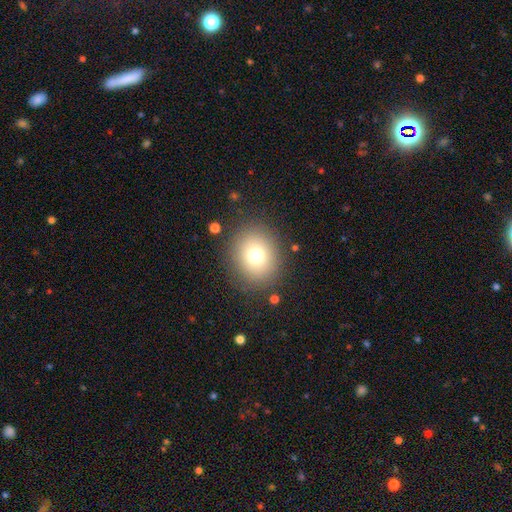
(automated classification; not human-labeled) Smooth or featured? smooth (73%)
How rounded? round (76%)
Merging? none (86%)